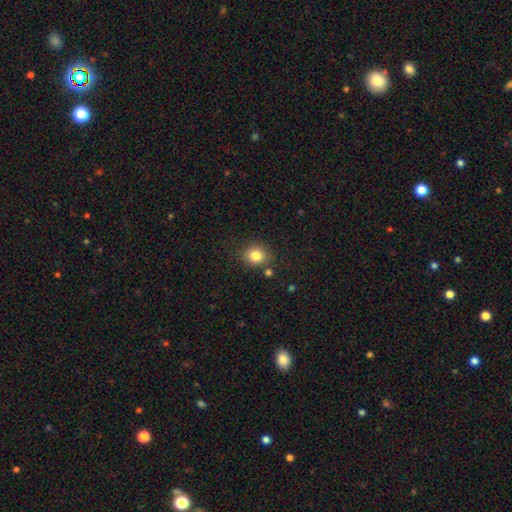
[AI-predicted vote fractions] Q: Smooth or featured?
A: smooth (82%); runner-up: star or artifact (11%)
Q: How rounded?
A: round (77%); runner-up: in between (22%)
Q: Merging?
A: none (82%); runner-up: minor disturbance (10%)